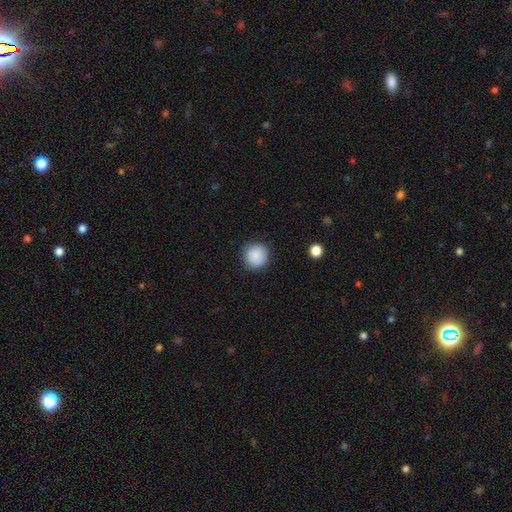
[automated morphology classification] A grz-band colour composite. It shows a smooth galaxy with no disk features (88%) that is round (92%). Merging: none (88%).